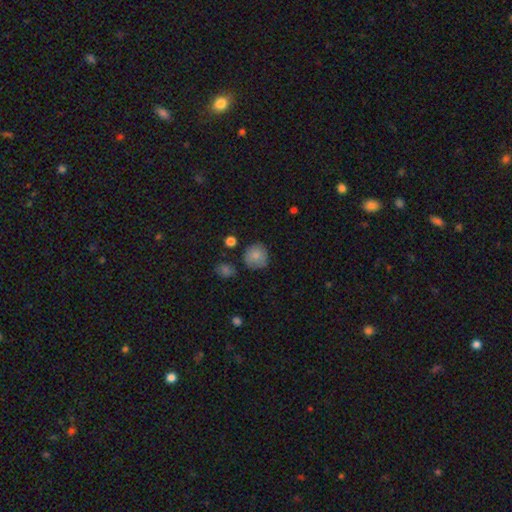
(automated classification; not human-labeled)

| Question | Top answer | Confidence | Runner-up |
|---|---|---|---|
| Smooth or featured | smooth | 82% | featured or disk (10%) |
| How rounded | round | 89% | in between (10%) |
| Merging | none | 73% | minor disturbance (19%) |